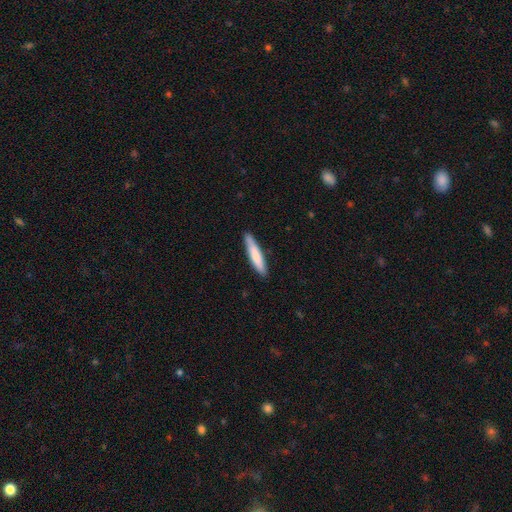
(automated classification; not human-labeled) Smooth or featured: smooth — 77% (featured or disk — 18%)
How rounded: cigar-shaped — 89% (in between — 10%)
Merging: none — 87% (minor disturbance — 10%)